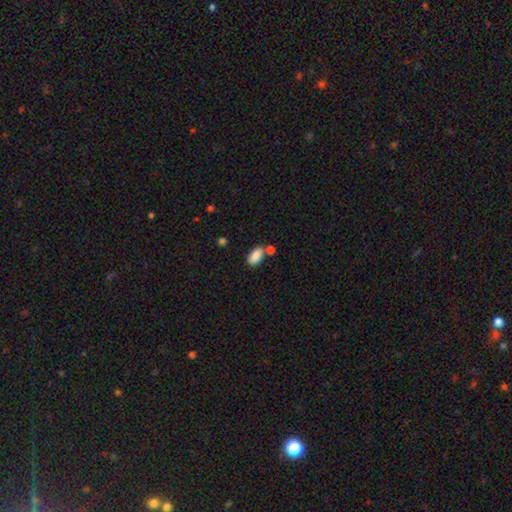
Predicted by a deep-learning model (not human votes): Smooth or featured? Predicted: smooth (p=0.86). How rounded? Predicted: in between (p=0.92). Merging? Predicted: none (p=0.63).